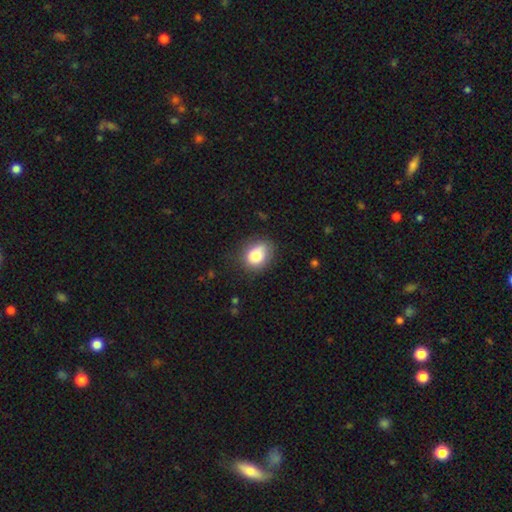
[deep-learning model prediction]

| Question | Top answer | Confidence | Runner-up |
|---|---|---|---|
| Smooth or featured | smooth | 79% | featured or disk (11%) |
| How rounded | in between | 52% | round (47%) |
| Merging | none | 71% | minor disturbance (21%) |